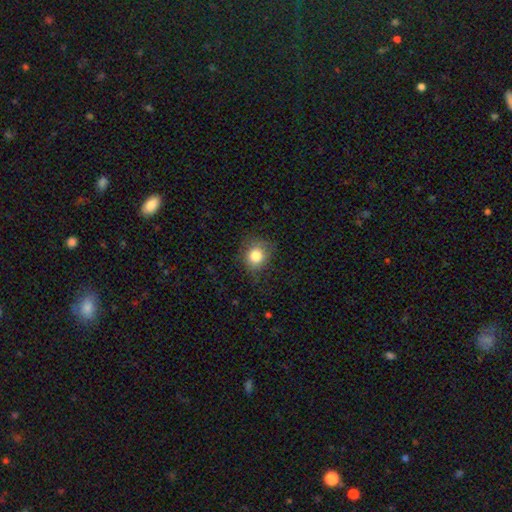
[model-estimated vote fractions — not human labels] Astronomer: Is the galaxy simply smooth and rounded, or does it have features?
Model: smooth — 81%.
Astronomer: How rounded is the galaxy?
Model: round — 79%.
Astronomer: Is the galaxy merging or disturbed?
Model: none — 75%.